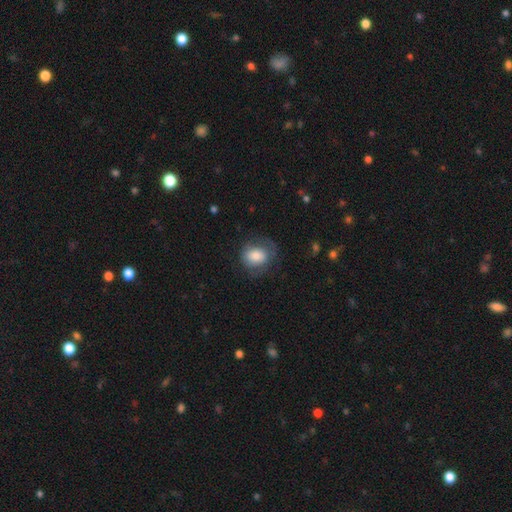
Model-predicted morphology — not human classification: smooth_or_featured: smooth (p=0.73) [alt: featured or disk p=0.19]
how_rounded: round (p=0.56) [alt: in between p=0.43]
merging: none (p=0.60) [alt: minor disturbance p=0.23]